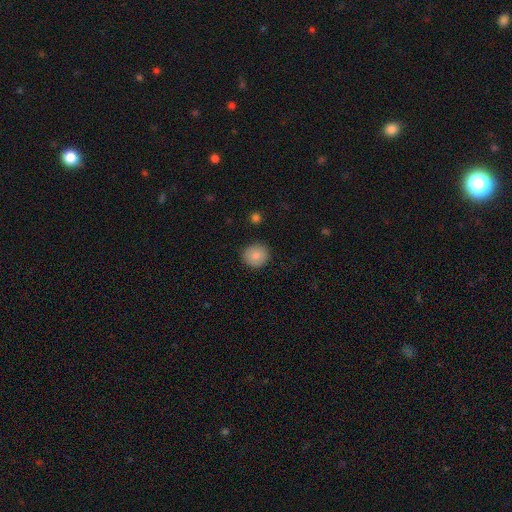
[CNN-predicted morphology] A smooth galaxy with no disk features (83%) that is round (92%). Merging: none (91%).